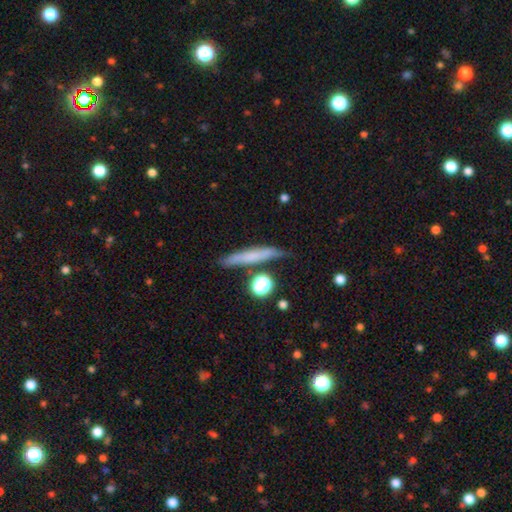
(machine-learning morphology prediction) This is possibly a smooth galaxy (58%). How rounded: clearly cigar-shaped (87%). Merging: likely none (73%).